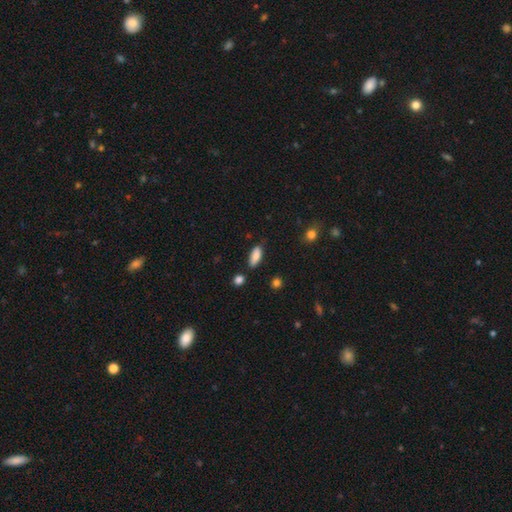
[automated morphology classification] Overall: smooth (86%). How rounded: in between (74%). Merging: none (79%).